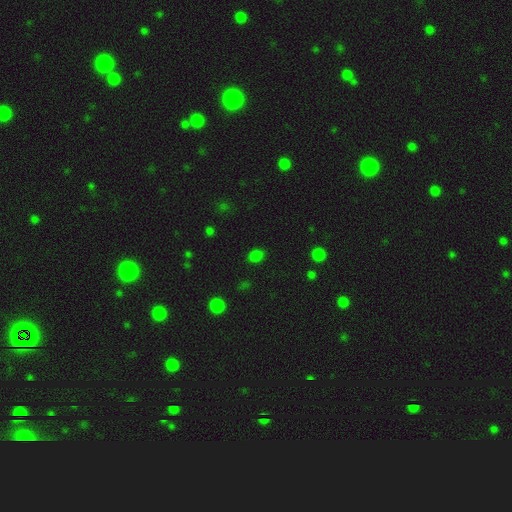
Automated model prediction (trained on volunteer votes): Smooth or featured?
  - smooth: 76% *
  - star or artifact: 20%
  - featured or disk: 4%
How rounded?
  - in between: 53% *
  - round: 46%
  - cigar-shaped: 1%
Merging?
  - none: 85% *
  - minor disturbance: 11%
  - major disturbance: 3%
  - merger: 2%